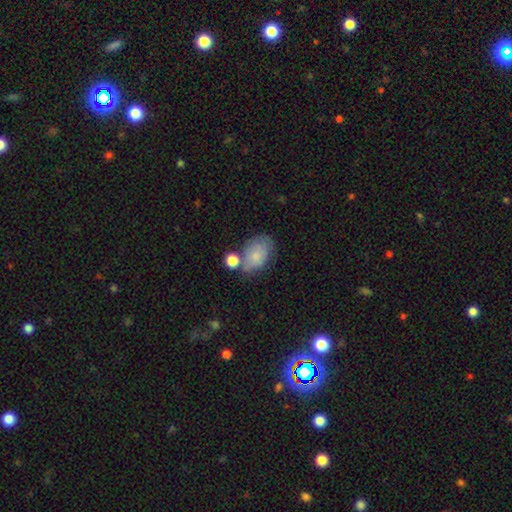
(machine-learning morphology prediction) smooth-or-featured: smooth: 77% | featured or disk: 15% | star or artifact: 8%
  how-rounded: in between: 85% | round: 13% | cigar-shaped: 1%
  merging: none: 51% | minor disturbance: 24% | merger: 16% | major disturbance: 9%